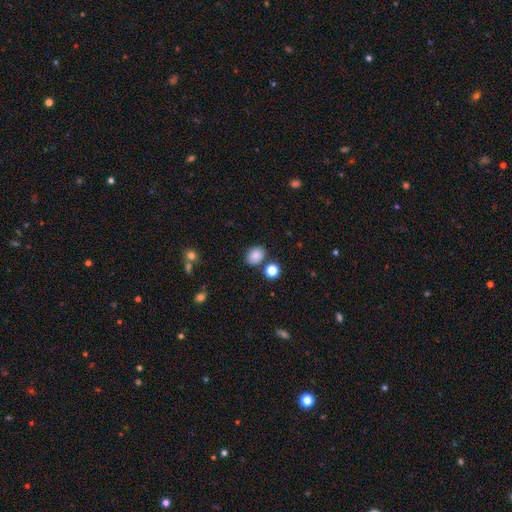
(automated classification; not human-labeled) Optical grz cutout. It shows a smooth galaxy with no disk features (85%) that is round (51%). Merging: none (78%).